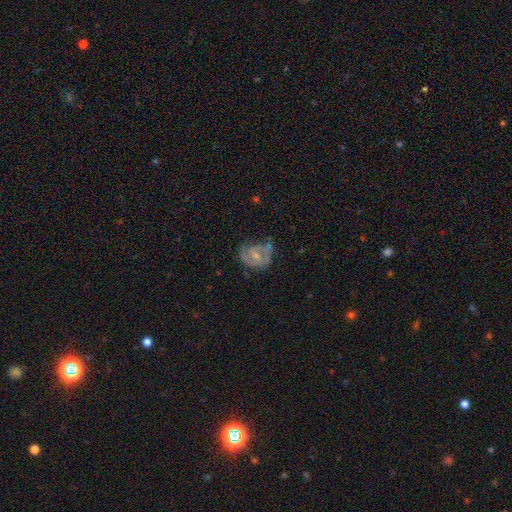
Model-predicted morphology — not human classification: Smooth or featured?
  - featured or disk: 78% *
  - smooth: 15%
  - star or artifact: 7%
Edge-on disk?
  - no: 98% *
  - yes: 2%
Bar?
  - weak: 55% *
  - no: 28%
  - strong: 18%
Spiral arms?
  - yes: 91% *
  - no: 9%
Spiral winding?
  - medium: 47% *
  - tight: 38%
  - loose: 15%
Spiral arm count?
  - 2: 76% *
  - can't tell: 10%
  - 1: 8%
  - 3: 4%
  - 4: 1%
  - more than 4: 1%
Bulge size?
  - small: 57% *
  - moderate: 31%
  - none: 10%
  - large: 2%
  - dominant: 1%
Merging?
  - none: 59% *
  - minor disturbance: 23%
  - major disturbance: 13%
  - merger: 4%